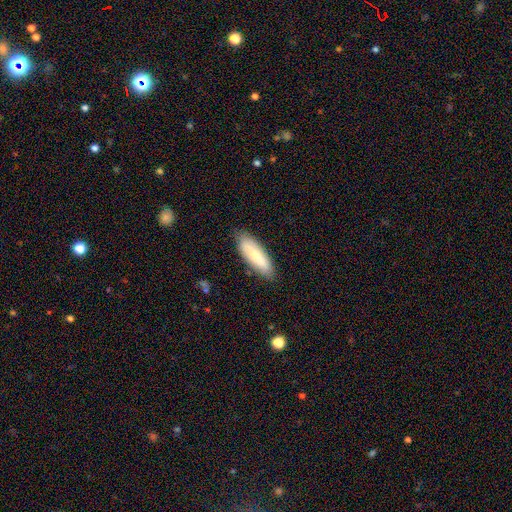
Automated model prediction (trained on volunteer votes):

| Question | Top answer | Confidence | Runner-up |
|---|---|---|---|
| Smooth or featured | smooth | 73% | featured or disk (21%) |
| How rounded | in between | 54% | cigar-shaped (44%) |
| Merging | none | 83% | minor disturbance (13%) |